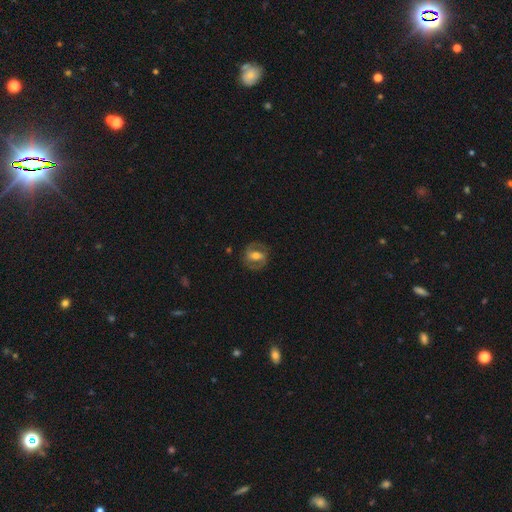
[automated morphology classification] Smooth or featured? featured or disk (69%)
Edge-on disk? no (95%)
Bar? strong (45%)
Spiral arms? yes (77%)
Spiral winding? medium (47%)
Spiral arm count? 2 (86%)
Bulge size? moderate (66%)
Merging? none (78%)